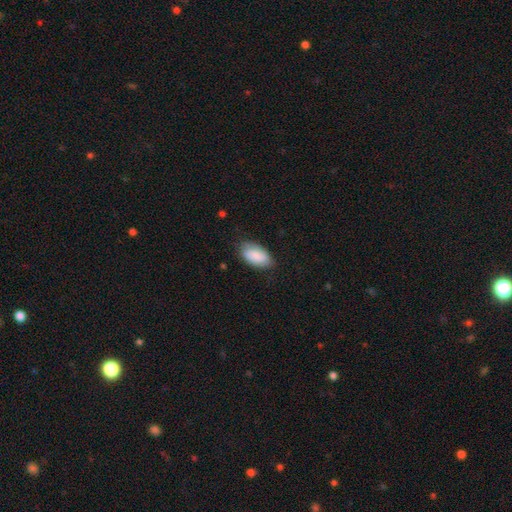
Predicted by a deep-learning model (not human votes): This appears to be a smooth galaxy with no disk features (77%) that is in between round and cigar-shaped (94%). Merging: none (77%).